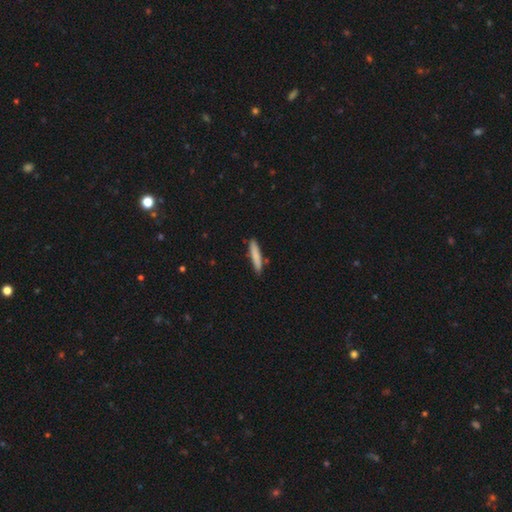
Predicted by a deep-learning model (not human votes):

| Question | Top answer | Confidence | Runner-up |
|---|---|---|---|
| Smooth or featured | smooth | 81% | featured or disk (13%) |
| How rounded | cigar-shaped | 91% | in between (8%) |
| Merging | none | 83% | minor disturbance (12%) |